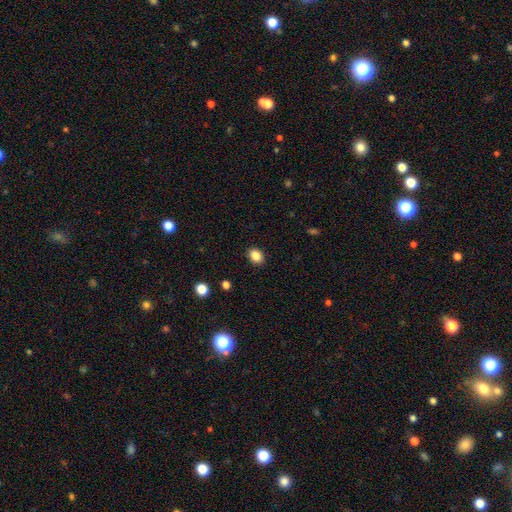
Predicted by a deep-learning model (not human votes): A smooth galaxy with no disk features (86%) that is in between round and cigar-shaped (63%). Merging: none (90%).